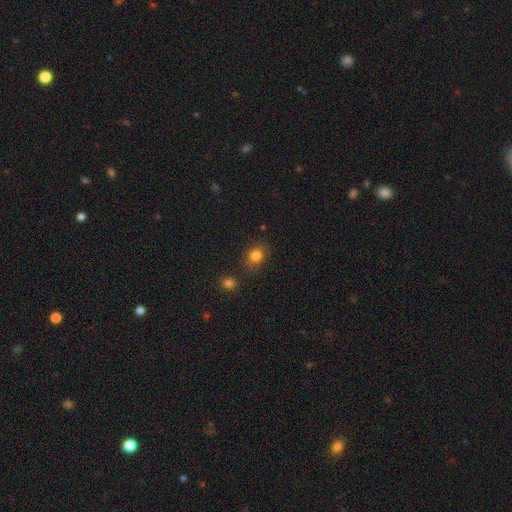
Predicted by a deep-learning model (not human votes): This is clearly a smooth galaxy (82%). How rounded: possibly in between (52%). Merging: likely none (80%).